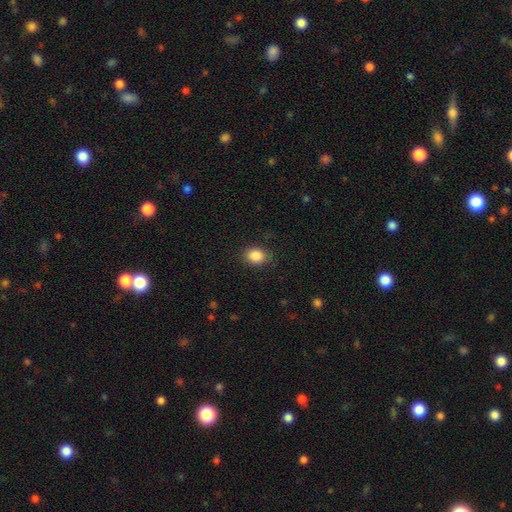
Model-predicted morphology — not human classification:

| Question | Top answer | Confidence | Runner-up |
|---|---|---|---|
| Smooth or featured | smooth | 87% | star or artifact (9%) |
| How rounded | in between | 54% | round (45%) |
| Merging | none | 85% | minor disturbance (11%) |